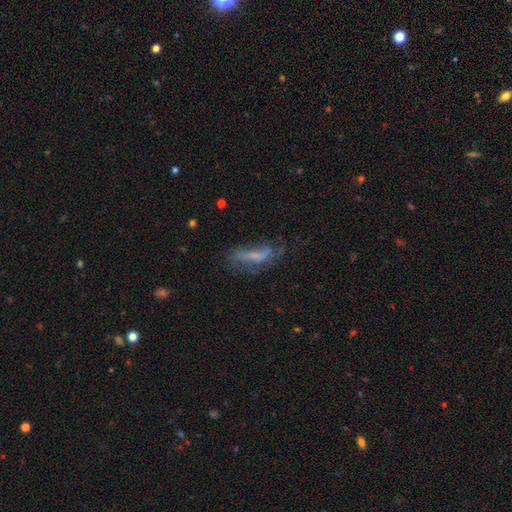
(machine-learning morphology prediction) Q: Smooth or featured?
A: featured or disk (49%); runner-up: smooth (40%)
Q: Merging?
A: none (46%); runner-up: minor disturbance (27%)